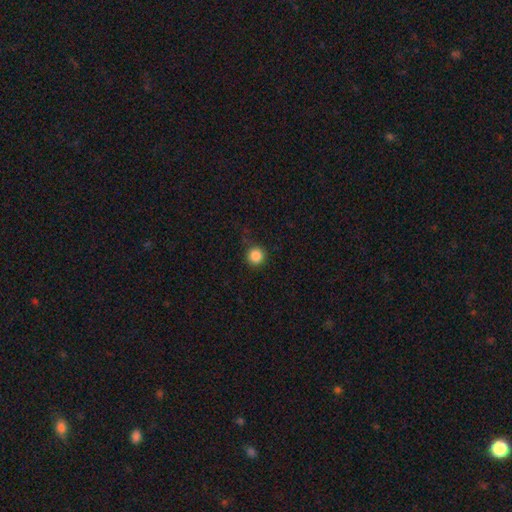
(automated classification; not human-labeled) Smooth or featured? smooth (86%)
How rounded? round (95%)
Merging? none (84%)